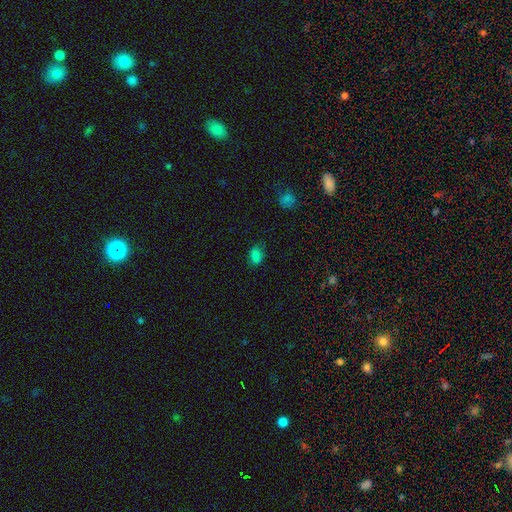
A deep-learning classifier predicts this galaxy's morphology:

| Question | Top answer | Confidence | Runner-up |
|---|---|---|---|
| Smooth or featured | smooth | 79% | star or artifact (15%) |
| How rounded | in between | 79% | round (20%) |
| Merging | none | 75% | minor disturbance (19%) |